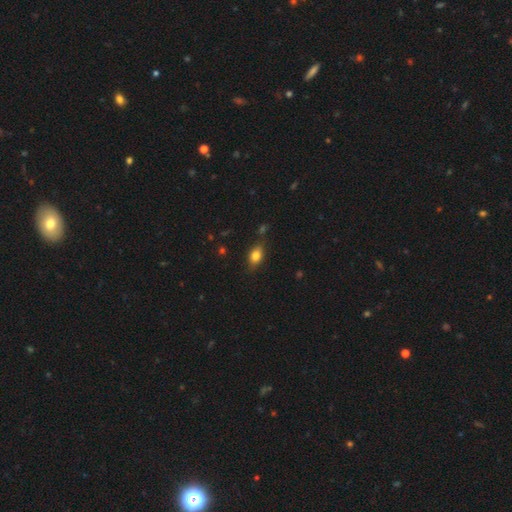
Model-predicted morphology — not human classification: Smooth or featured? Predicted: smooth (p=0.80). How rounded? Predicted: in between (p=0.82). Merging? Predicted: none (p=0.78).